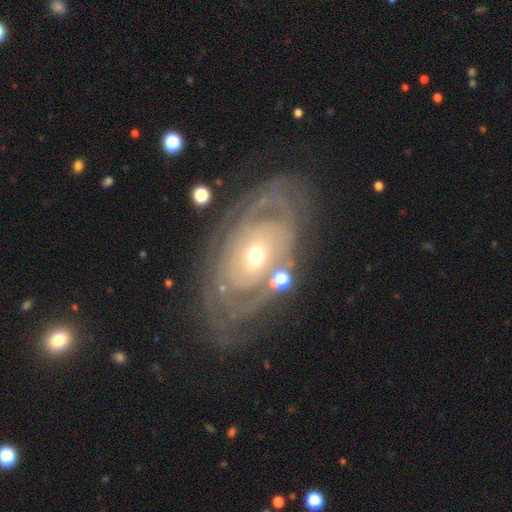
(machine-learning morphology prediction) type=featured or disk (83%); edge-on=no (94%); bar=no (73%); spiral arms=yes (79%); winding=tight (76%); arm count=can't tell (47%); bulge=small (48%); merging=none (69%).